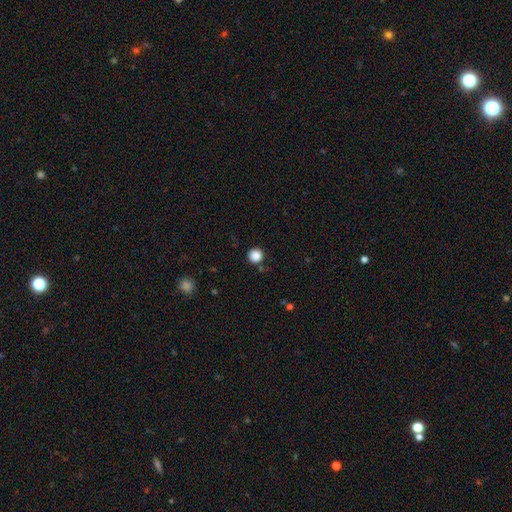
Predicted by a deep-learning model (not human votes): Morphology: type=smooth (86%); roundness=round (96%); merging=none (88%).